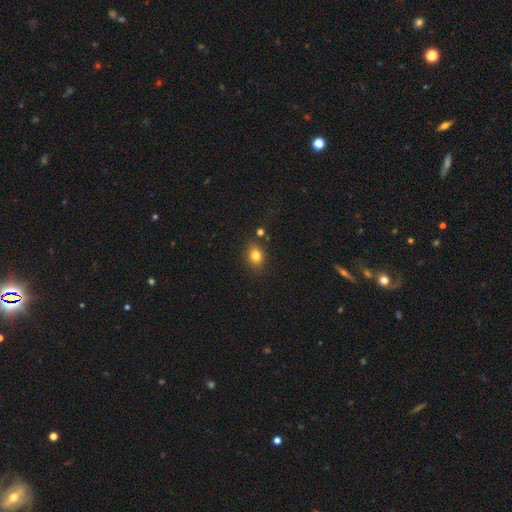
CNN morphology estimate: The model was most divided on "how rounded": in between: 51%, round: 47%, cigar-shaped: 1%. More confident: merging — none (80%); smooth or featured — smooth (80%).